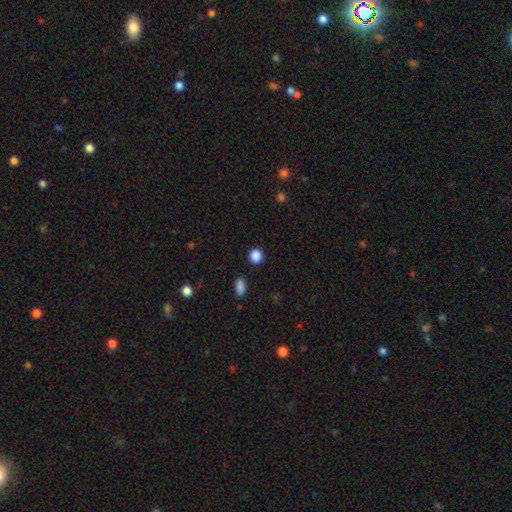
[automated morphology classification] Smooth or featured?
  - smooth: 87% *
  - star or artifact: 10%
  - featured or disk: 3%
How rounded?
  - round: 88% *
  - in between: 11%
  - cigar-shaped: 1%
Merging?
  - none: 90% *
  - minor disturbance: 6%
  - major disturbance: 2%
  - merger: 2%